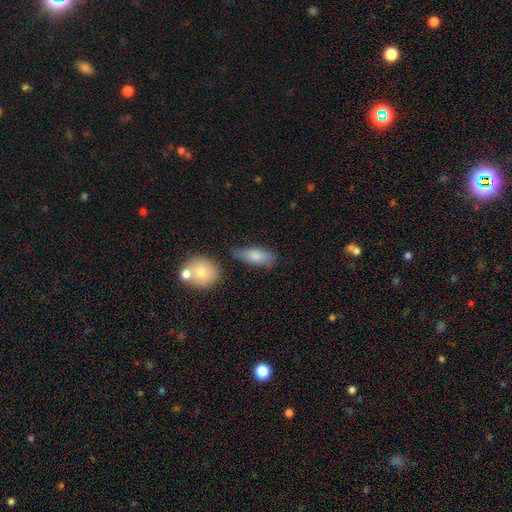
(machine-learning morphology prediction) Smooth or featured? Predicted: smooth (p=0.79). How rounded? Predicted: in between (p=0.79). Merging? Predicted: none (p=0.62).